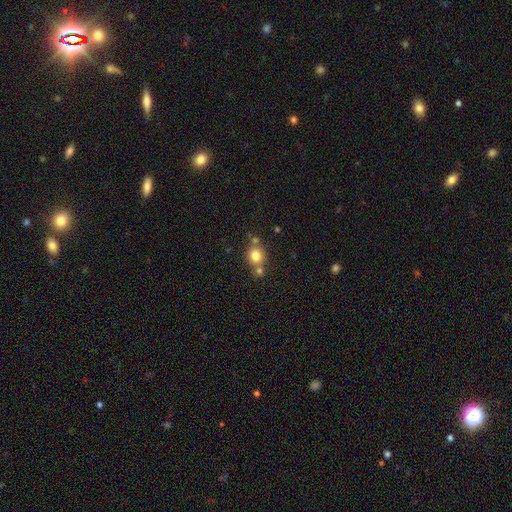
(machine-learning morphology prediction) Smooth or featured: smooth — 79% (star or artifact — 12%)
How rounded: round — 82% (in between — 17%)
Merging: none — 57% (merger — 30%)